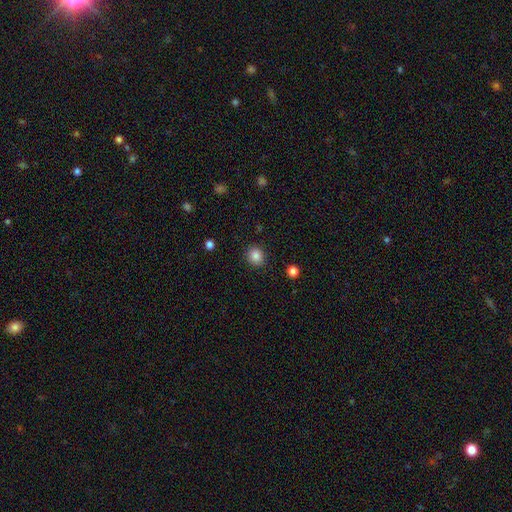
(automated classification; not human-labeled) Smooth or featured? Predicted: smooth (p=0.86). How rounded? Predicted: round (p=0.83). Merging? Predicted: none (p=0.90).